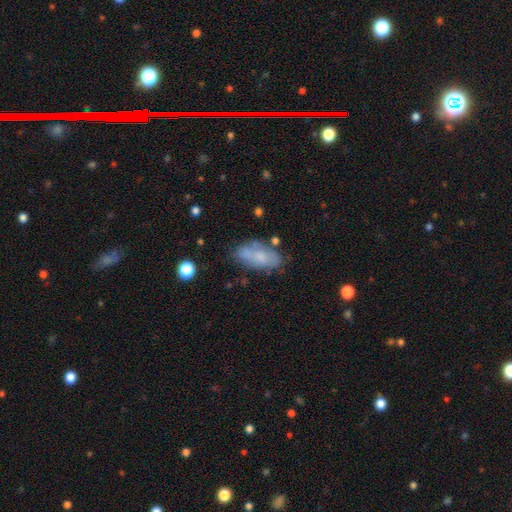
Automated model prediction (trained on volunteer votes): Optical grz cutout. It shows a smooth galaxy with no disk features (65%) that is in between round and cigar-shaped (85%). Merging: none (63%).